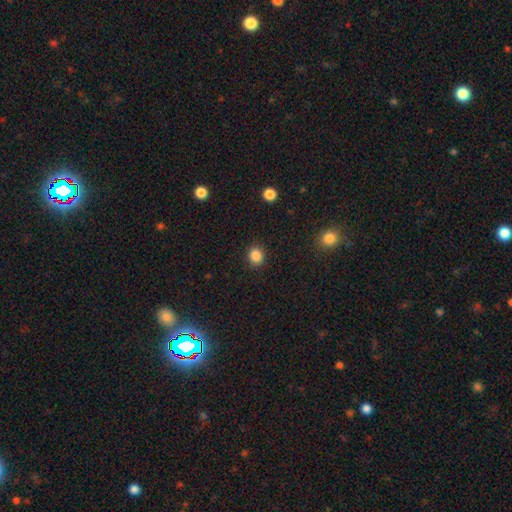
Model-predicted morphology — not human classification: smooth 86%, star or artifact 11%, featured or disk 3%. Down the decision tree: how rounded — round (73%); merging — none (89%).